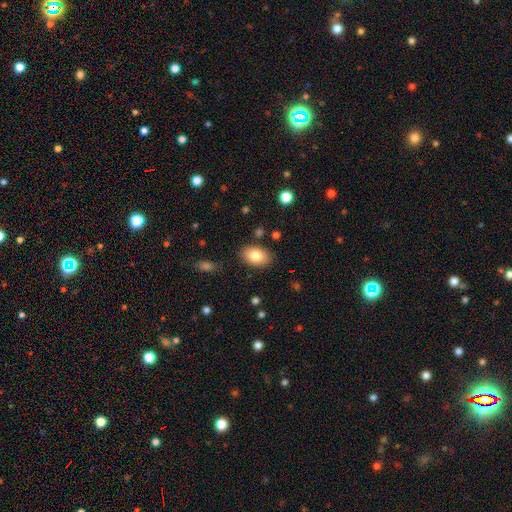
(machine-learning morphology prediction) Smooth or featured?
  - smooth: 81% *
  - featured or disk: 11%
  - star or artifact: 7%
How rounded?
  - in between: 89% *
  - round: 10%
  - cigar-shaped: 1%
Merging?
  - none: 86% *
  - minor disturbance: 10%
  - major disturbance: 2%
  - merger: 2%